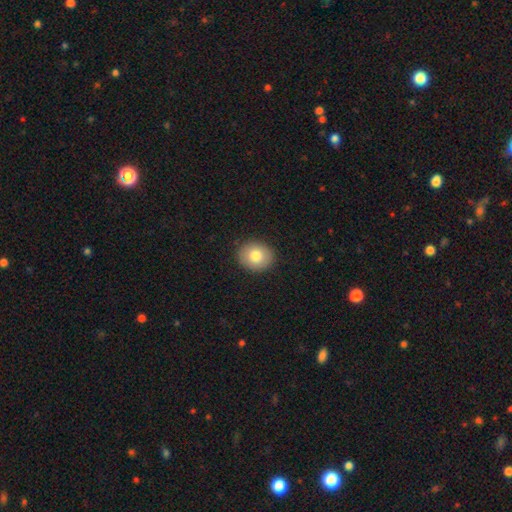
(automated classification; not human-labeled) smooth-or-featured: smooth: 80% | featured or disk: 12% | star or artifact: 8%
  how-rounded: round: 72% | in between: 27% | cigar-shaped: 1%
  merging: none: 90% | minor disturbance: 7% | major disturbance: 2% | merger: 1%